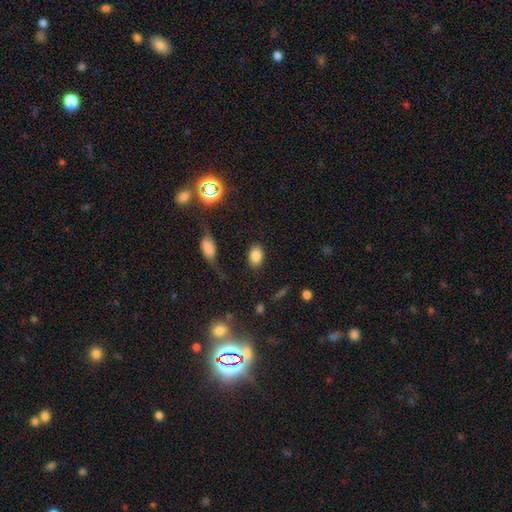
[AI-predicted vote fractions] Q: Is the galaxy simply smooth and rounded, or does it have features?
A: smooth — 83%.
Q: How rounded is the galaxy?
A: in between — 81%.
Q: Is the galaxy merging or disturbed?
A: none — 81%.